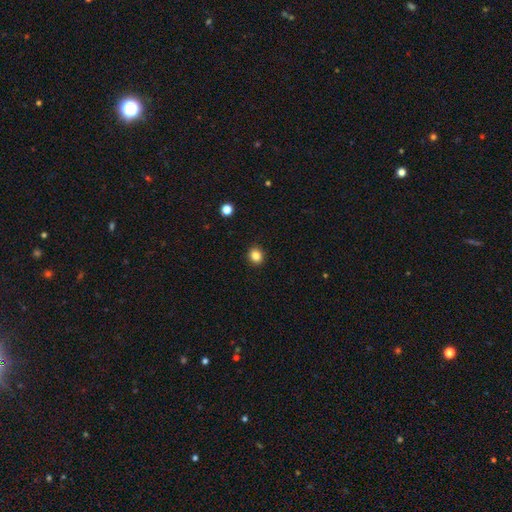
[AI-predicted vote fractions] Q: Smooth or featured?
A: smooth (85%); runner-up: star or artifact (11%)
Q: How rounded?
A: round (73%); runner-up: in between (26%)
Q: Merging?
A: none (91%); runner-up: minor disturbance (6%)